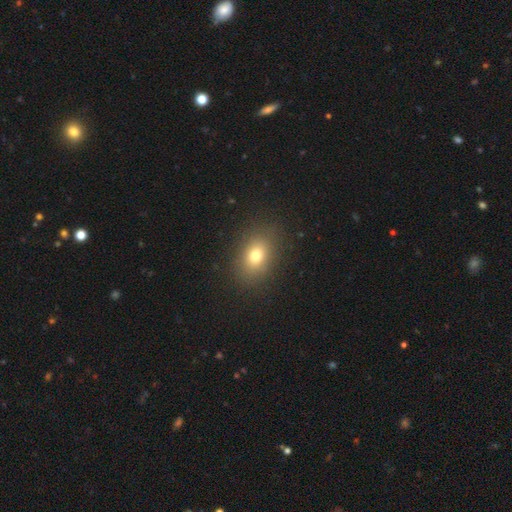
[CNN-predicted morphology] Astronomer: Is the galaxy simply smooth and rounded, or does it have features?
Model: smooth — 74%.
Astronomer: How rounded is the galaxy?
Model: in between — 70%.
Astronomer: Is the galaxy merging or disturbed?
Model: none — 86%.